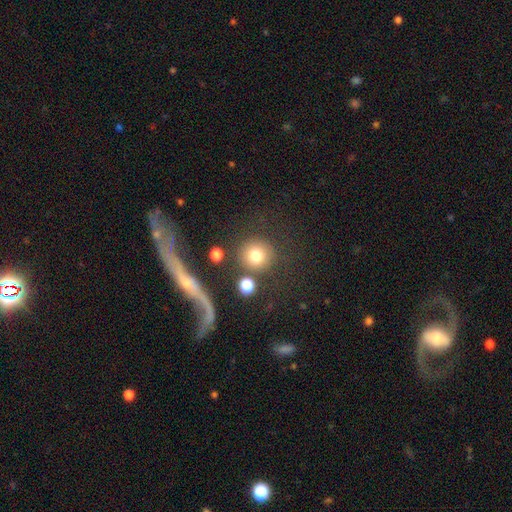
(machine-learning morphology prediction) A smooth galaxy with no disk features (77%) that is round (92%). Merging: none (76%).